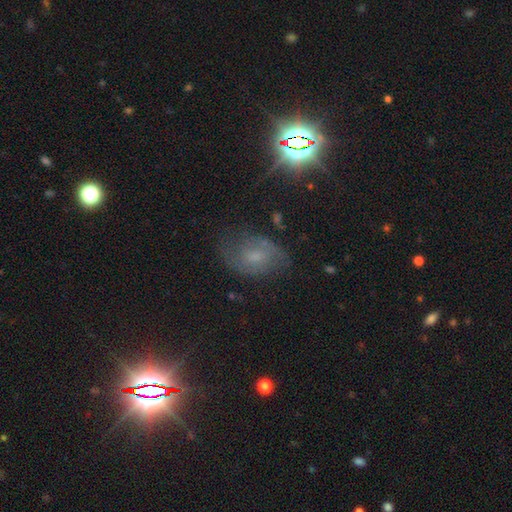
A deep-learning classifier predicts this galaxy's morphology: smooth-or-featured: featured or disk: 48% | smooth: 27% | star or artifact: 25%
  merging: none: 62% | minor disturbance: 22% | major disturbance: 14% | merger: 2%